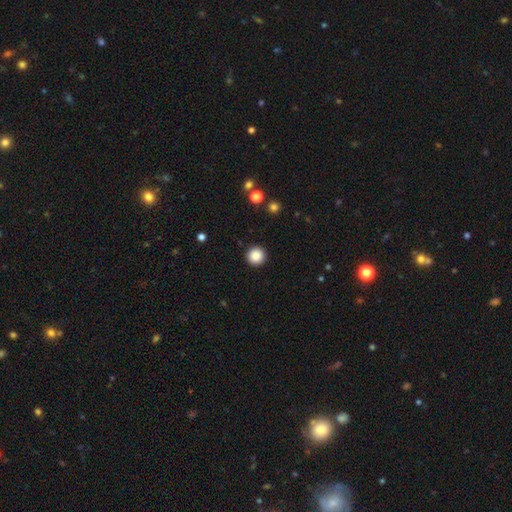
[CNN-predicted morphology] Overall: smooth (88%). How rounded: round (96%). Merging: none (93%).